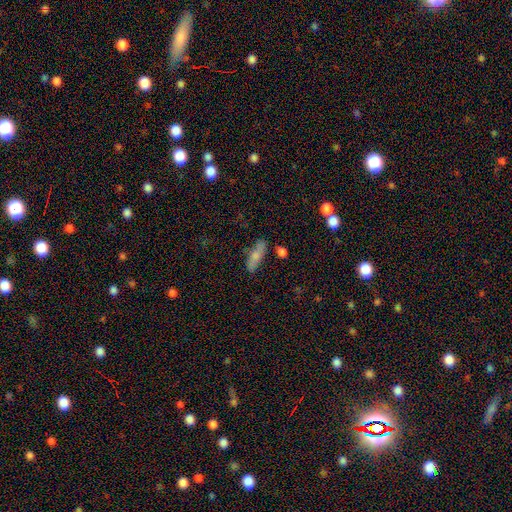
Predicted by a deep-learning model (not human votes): A smooth galaxy with no disk features (73%) that is in between round and cigar-shaped (51%). Merging: none (73%).